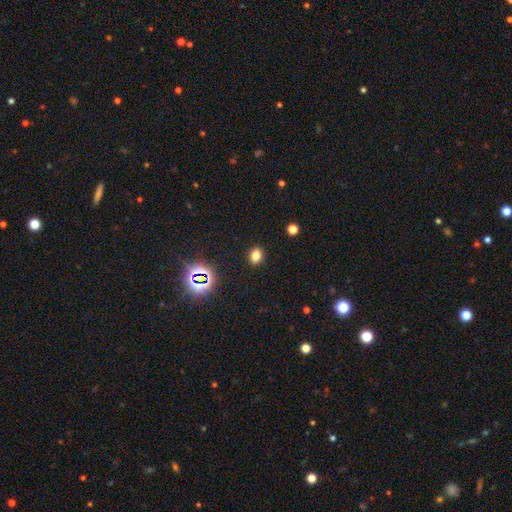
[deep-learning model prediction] smooth-or-featured: smooth: 75% | star or artifact: 19% | featured or disk: 7%
  how-rounded: in between: 56% | round: 43% | cigar-shaped: 1%
  merging: none: 89% | minor disturbance: 7% | major disturbance: 2% | merger: 1%